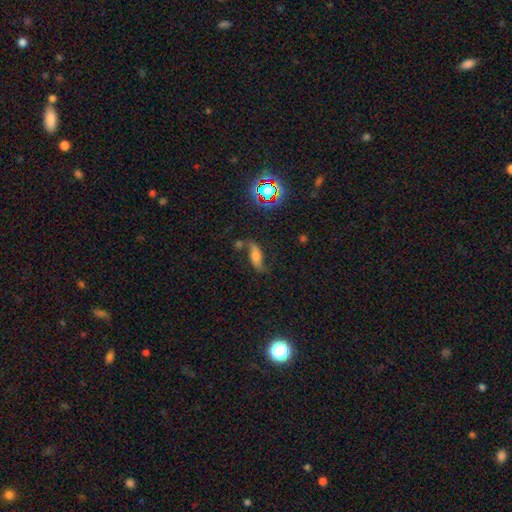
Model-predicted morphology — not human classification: Overall: featured or disk (56%; smooth 26%). Edge-on disk: no (83%). Merging: none (60%; minor disturbance 20%).